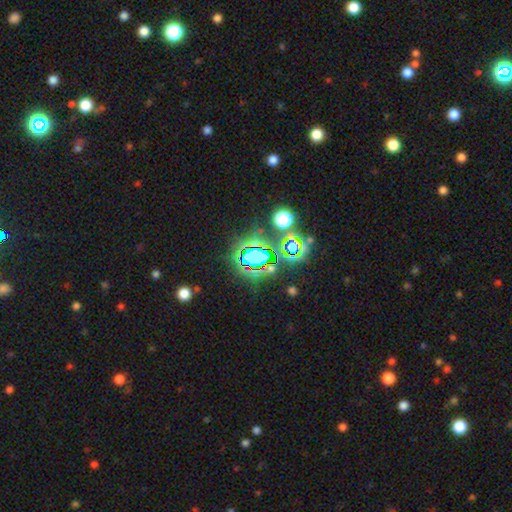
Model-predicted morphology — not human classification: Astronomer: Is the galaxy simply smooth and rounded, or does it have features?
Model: star or artifact — 76%.